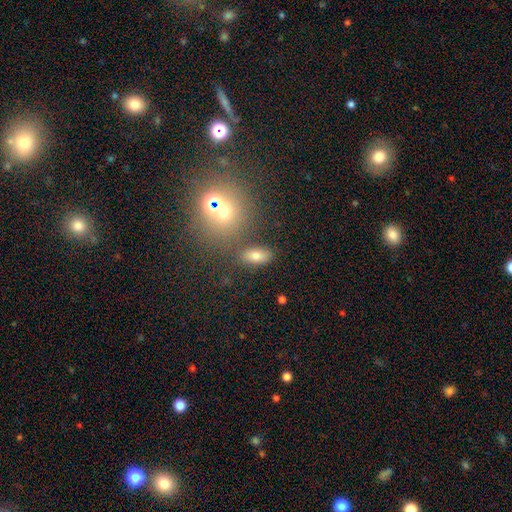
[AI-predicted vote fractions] Smooth or featured? smooth (68%)
How rounded? in between (83%)
Merging? none (78%)